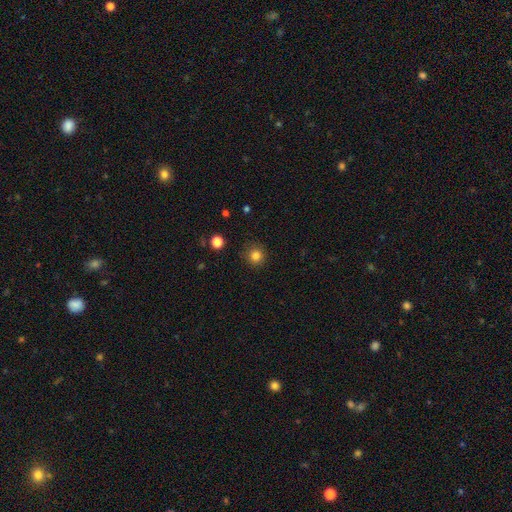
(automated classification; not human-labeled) Overall: smooth (83%). How rounded: round (93%). Merging: none (90%).